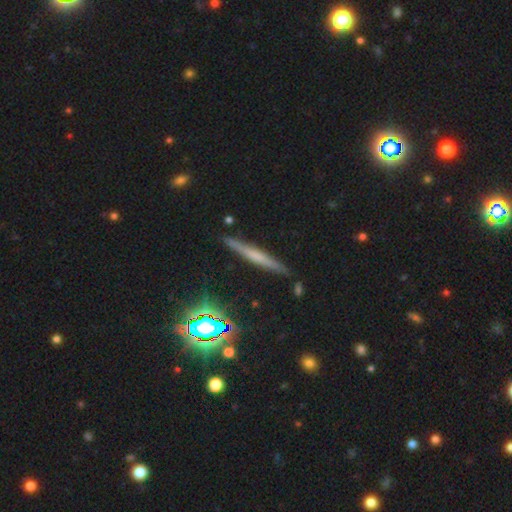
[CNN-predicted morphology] A featured or disk galaxy (50%). Merging: none (88%).